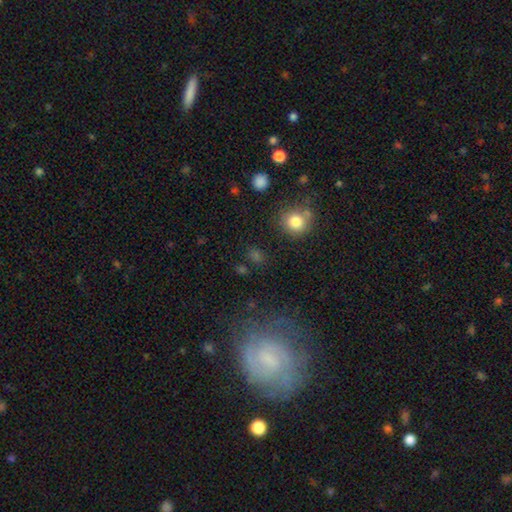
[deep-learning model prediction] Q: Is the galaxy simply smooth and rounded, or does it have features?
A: smooth — 61%.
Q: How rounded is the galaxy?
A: round — 78%.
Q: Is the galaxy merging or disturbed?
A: none — 77%.